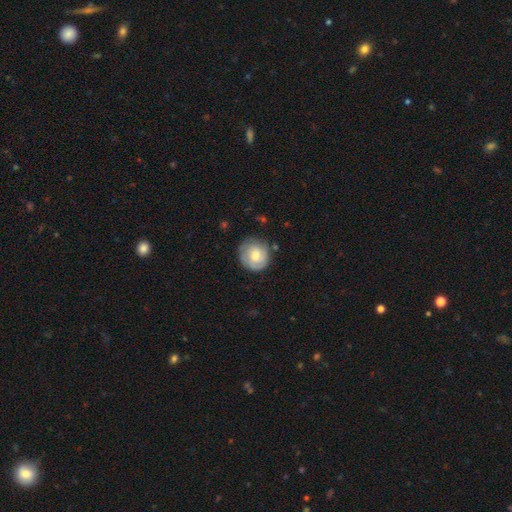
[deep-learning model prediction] smooth_or_featured: smooth (p=0.55) [alt: featured or disk p=0.38]
how_rounded: round (p=0.87) [alt: in between p=0.12]
merging: none (p=0.74) [alt: minor disturbance p=0.19]